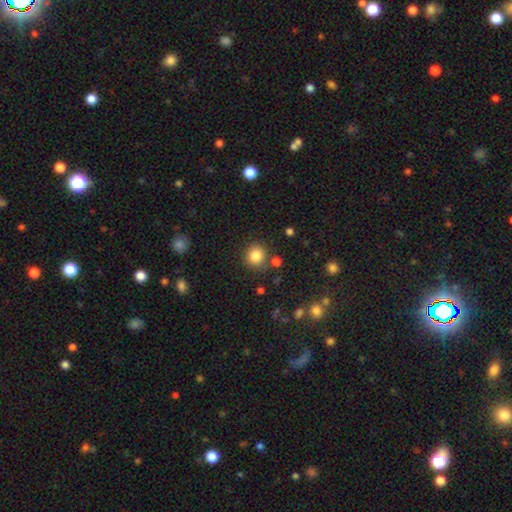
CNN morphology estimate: This appears to be a smooth galaxy with no disk features (84%) that is round (87%). Merging: none (82%).